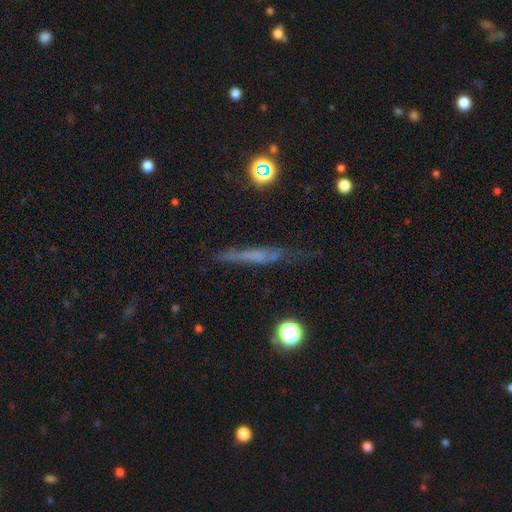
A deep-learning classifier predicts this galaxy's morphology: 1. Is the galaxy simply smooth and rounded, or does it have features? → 49% featured or disk, 38% smooth, 13% star or artifact.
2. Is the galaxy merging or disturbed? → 67% none, 22% minor disturbance, 7% major disturbance, 3% merger.